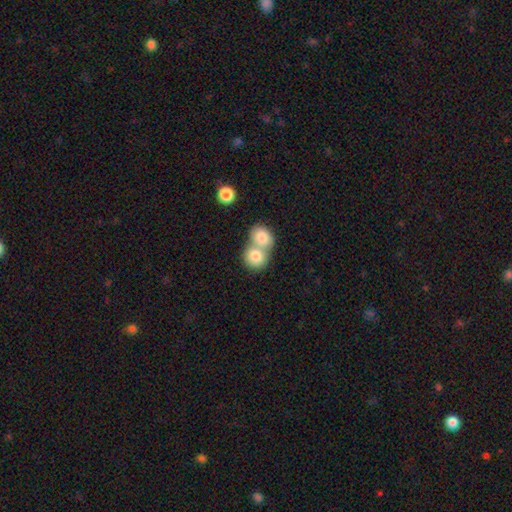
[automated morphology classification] Q: Smooth or featured?
A: smooth (80%); runner-up: featured or disk (13%)
Q: How rounded?
A: round (71%); runner-up: in between (28%)
Q: Merging?
A: merger (67%); runner-up: none (26%)